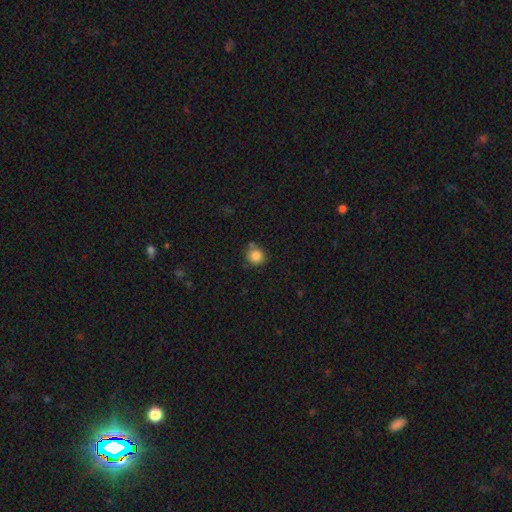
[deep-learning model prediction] The model was most divided on "merging": none: 71%, minor disturbance: 18%, merger: 8%, major disturbance: 4%. More confident: how rounded — round (88%); smooth or featured — smooth (85%).